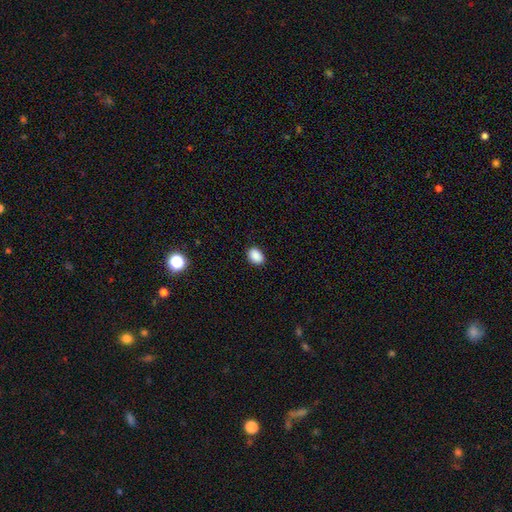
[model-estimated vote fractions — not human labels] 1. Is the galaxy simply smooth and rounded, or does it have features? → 89% smooth, 8% star or artifact, 3% featured or disk.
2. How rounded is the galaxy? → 76% in between, 23% round, 1% cigar-shaped.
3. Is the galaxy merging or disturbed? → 88% none, 9% minor disturbance, 2% major disturbance, 1% merger.